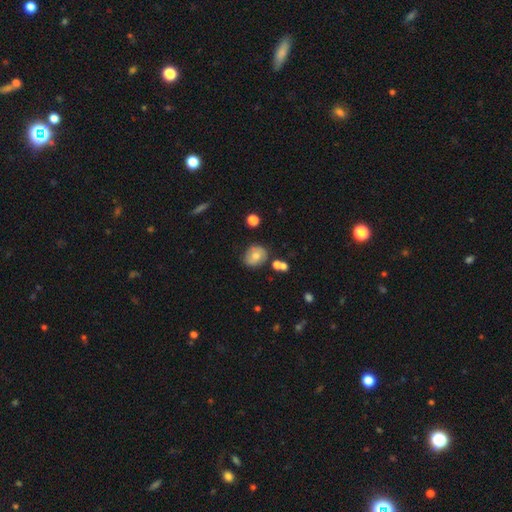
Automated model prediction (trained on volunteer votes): Q: Smooth or featured?
A: smooth (62%); runner-up: featured or disk (28%)
Q: How rounded?
A: round (65%); runner-up: in between (34%)
Q: Merging?
A: none (72%); runner-up: minor disturbance (17%)